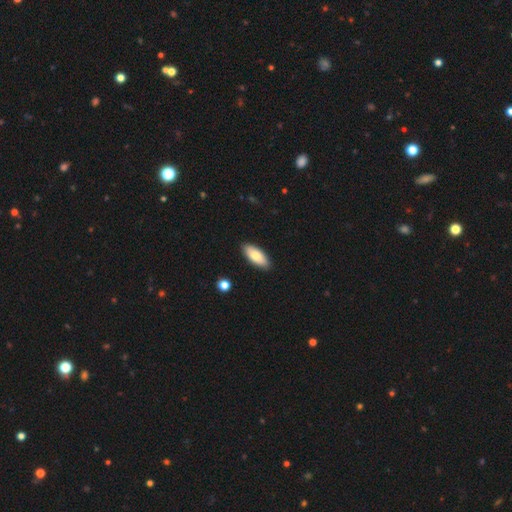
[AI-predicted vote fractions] Overall: smooth (78%). How rounded: in between (83%). Merging: none (89%).